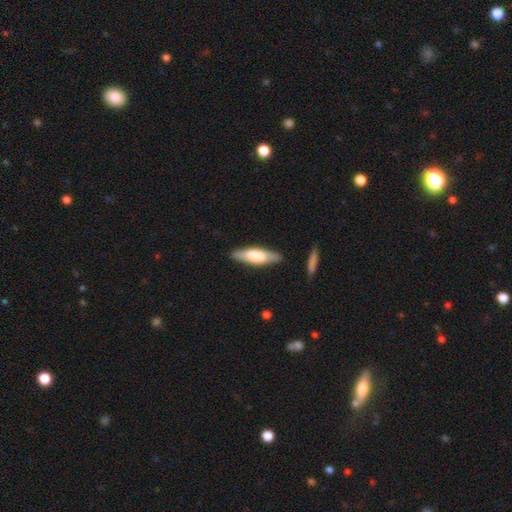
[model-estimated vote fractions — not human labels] smooth-or-featured: smooth: 58% | featured or disk: 37% | star or artifact: 5%
  how-rounded: cigar-shaped: 56% | in between: 42% | round: 2%
  merging: none: 85% | minor disturbance: 11% | major disturbance: 2% | merger: 2%